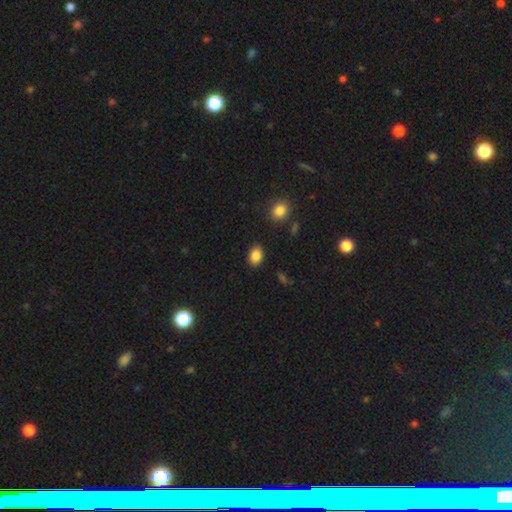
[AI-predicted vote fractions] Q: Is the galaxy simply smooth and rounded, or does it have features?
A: smooth — 86%.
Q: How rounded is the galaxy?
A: in between — 74%.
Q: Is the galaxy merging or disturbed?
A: none — 88%.